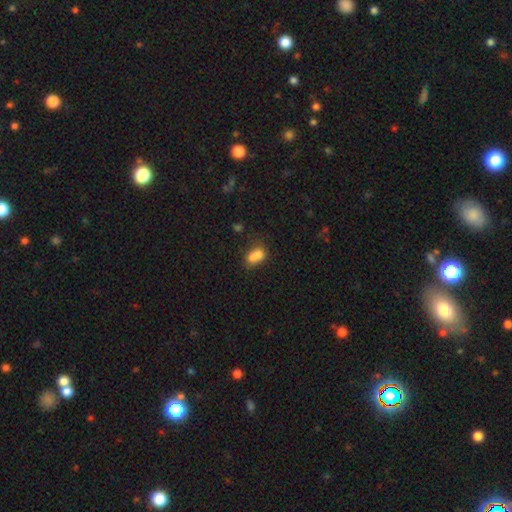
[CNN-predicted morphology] Smooth or featured: smooth — 72% (featured or disk — 17%)
How rounded: in between — 62% (round — 35%)
Merging: merger — 58% (none — 24%)